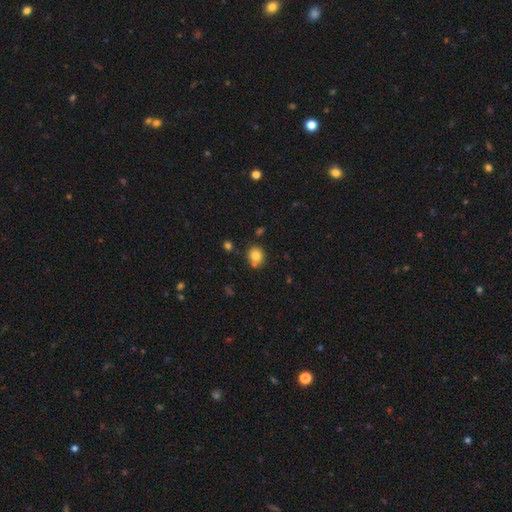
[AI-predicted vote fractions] Smooth or featured? Predicted: smooth (p=0.81). How rounded? Predicted: round (p=0.69). Merging? Predicted: none (p=0.67).